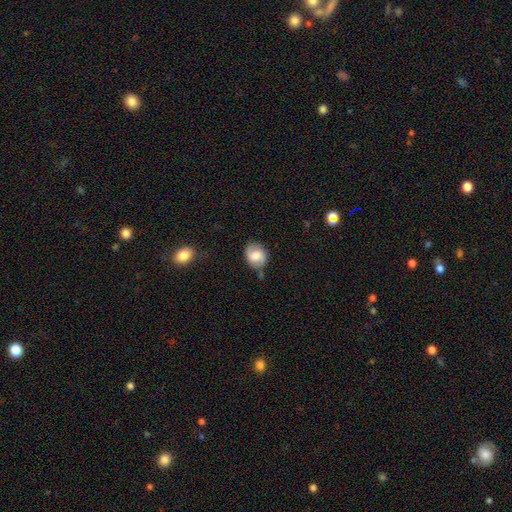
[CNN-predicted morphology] Smooth or featured: smooth — 53% (featured or disk — 39%)
How rounded: round — 57% (in between — 42%)
Merging: none — 64% (minor disturbance — 24%)